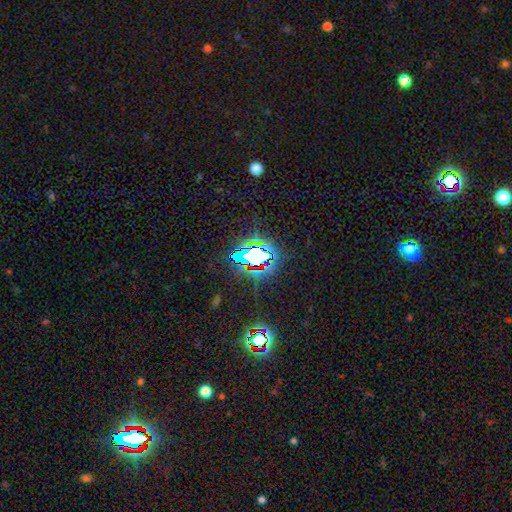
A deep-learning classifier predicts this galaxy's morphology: Smooth or featured? Predicted: star or artifact (p=0.74).